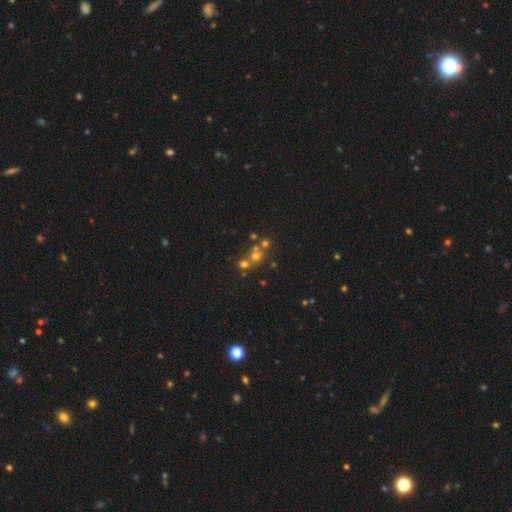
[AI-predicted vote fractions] Q: Smooth or featured?
A: smooth (50%); runner-up: star or artifact (33%)
Q: Merging?
A: none (50%); runner-up: merger (39%)